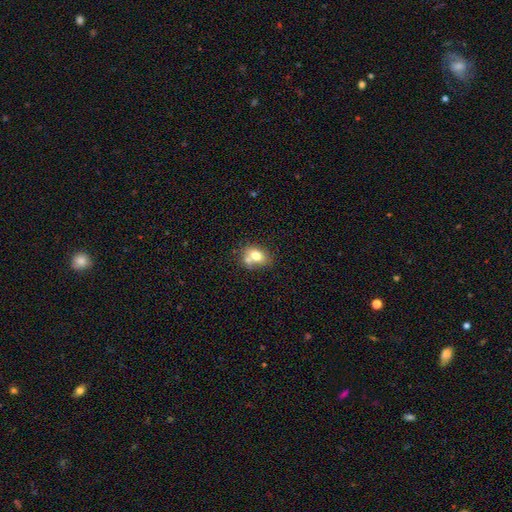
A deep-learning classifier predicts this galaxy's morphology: Smooth or featured? smooth (72%)
How rounded? in between (61%)
Merging? none (43%)